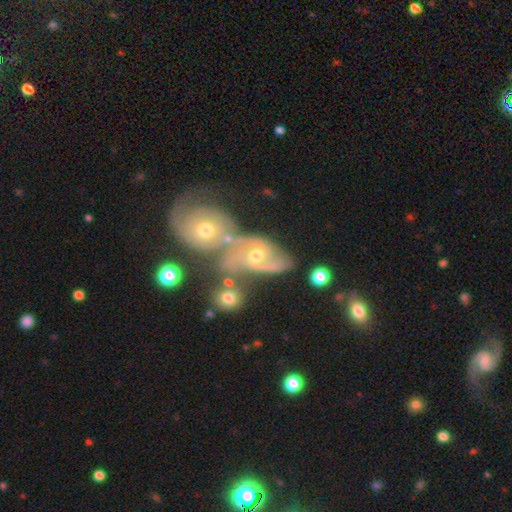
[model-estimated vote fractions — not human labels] A featured or disk galaxy (75%) with no bar (65%), 2 (57%) medium (46%) spiral arms (92%) and a moderate central bulge (61%).

Vote fractions:
- Smooth or featured? featured or disk: 75% / smooth: 16% / star or artifact: 9%
- Edge-on disk? no: 96% / yes: 4%
- Bar? no: 65% / weak: 28% / strong: 7%
- Spiral arms? yes: 92% / no: 8%
- Spiral winding? medium: 46% / tight: 37% / loose: 17%
- Spiral arm count? 2: 57% / can't tell: 17% / 3: 15% / 1: 5% / 4: 3% / more than 4: 3%
- Bulge size? moderate: 61% / small: 32% / large: 4% / none: 2% / dominant: 1%
- Merging? merger: 50% / none: 26% / minor disturbance: 13% / major disturbance: 11%